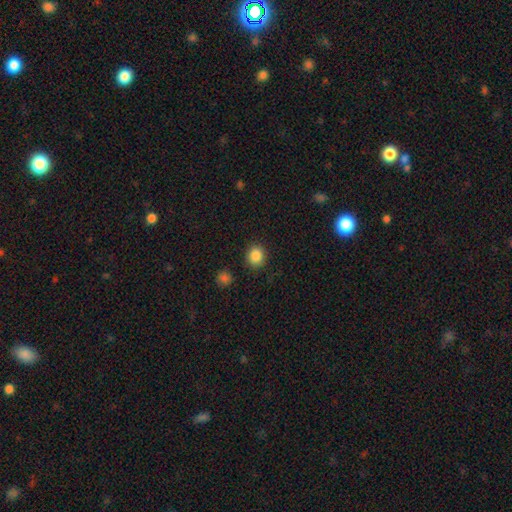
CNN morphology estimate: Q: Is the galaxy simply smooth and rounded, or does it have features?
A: smooth — 86%.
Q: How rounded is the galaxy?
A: round — 80%.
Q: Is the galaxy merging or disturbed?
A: none — 89%.